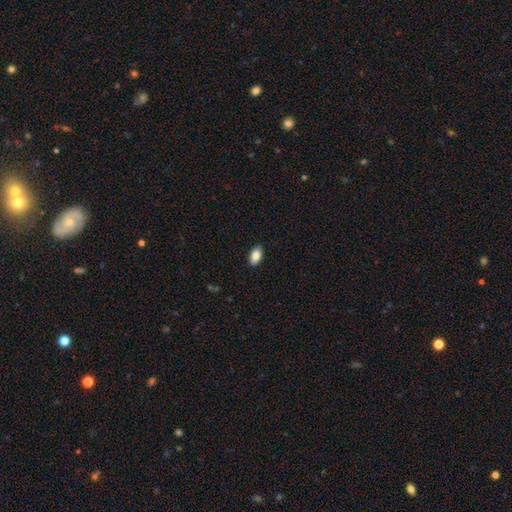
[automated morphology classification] The model was most divided on "smooth or featured": smooth: 85%, featured or disk: 8%, star or artifact: 7%. More confident: how rounded — in between (93%); merging — none (88%).